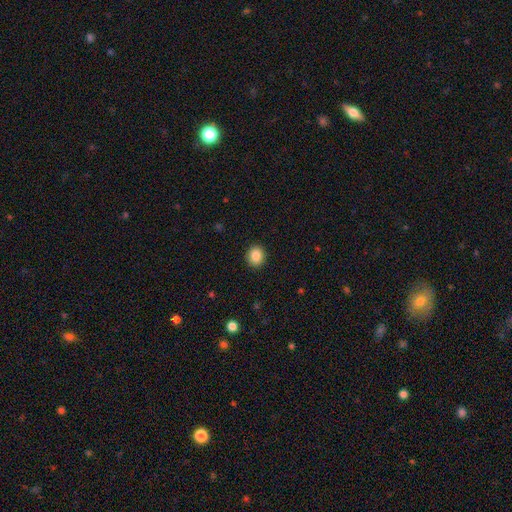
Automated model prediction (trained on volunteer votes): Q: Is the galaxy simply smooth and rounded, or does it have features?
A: smooth — 86%.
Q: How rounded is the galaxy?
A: round — 80%.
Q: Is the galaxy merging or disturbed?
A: none — 92%.